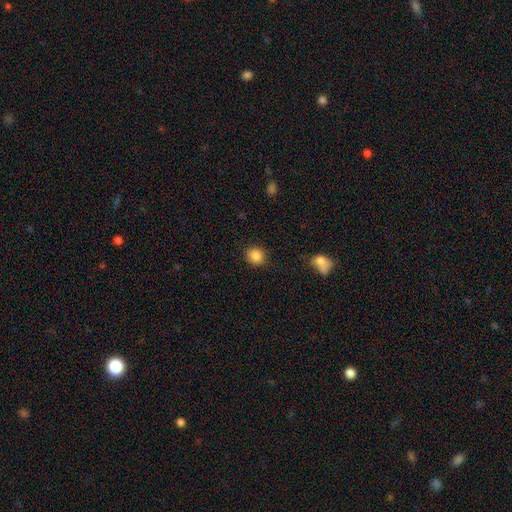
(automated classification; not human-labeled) smooth_or_featured: smooth (p=0.87) [alt: star or artifact p=0.10]
how_rounded: round (p=0.87) [alt: in between p=0.12]
merging: none (p=0.90) [alt: minor disturbance p=0.07]